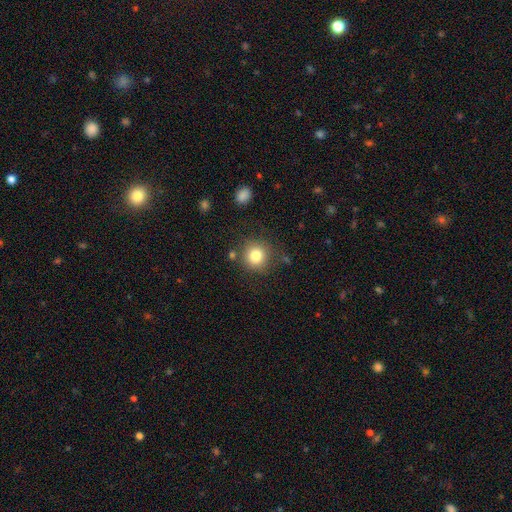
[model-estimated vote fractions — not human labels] smooth 81%, star or artifact 11%, featured or disk 8%. Down the decision tree: how rounded — round (92%); merging — none (82%).